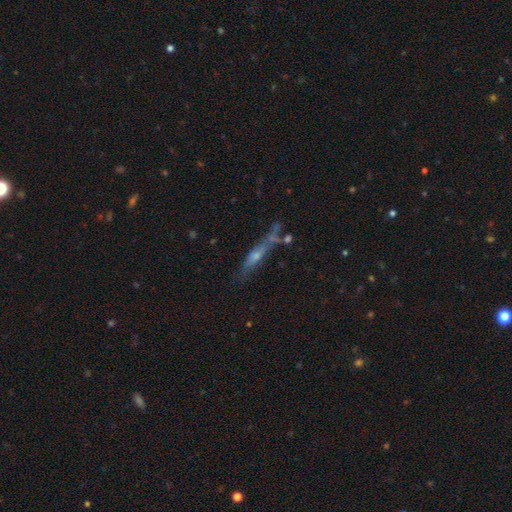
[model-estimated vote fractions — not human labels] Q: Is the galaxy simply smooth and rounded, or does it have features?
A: featured or disk — 54%.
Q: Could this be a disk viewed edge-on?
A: yes — 77%.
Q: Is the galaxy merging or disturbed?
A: none — 58%.